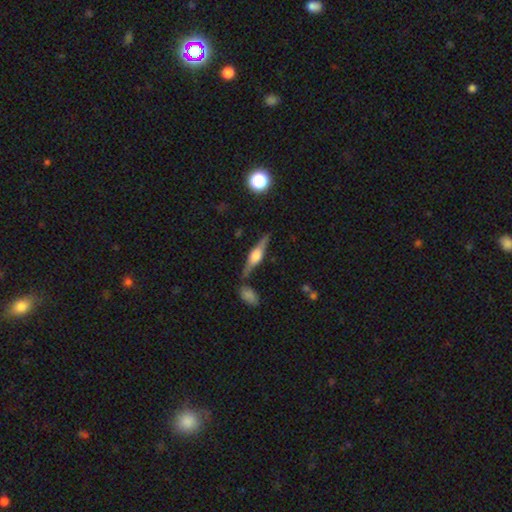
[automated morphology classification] A featured or disk galaxy (75%) viewed edge-on (97%) with a rounded central bulge (87%). Merging: none (82%).